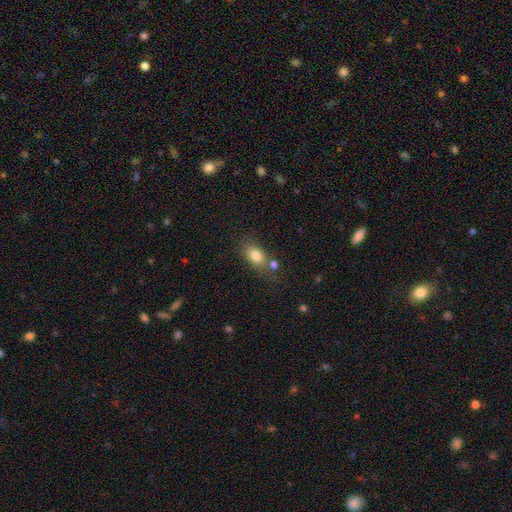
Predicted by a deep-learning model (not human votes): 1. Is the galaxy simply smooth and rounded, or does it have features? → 80% smooth, 11% featured or disk, 9% star or artifact.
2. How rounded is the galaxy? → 80% in between, 16% round, 4% cigar-shaped.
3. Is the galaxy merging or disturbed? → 61% none, 19% merger, 15% minor disturbance, 5% major disturbance.